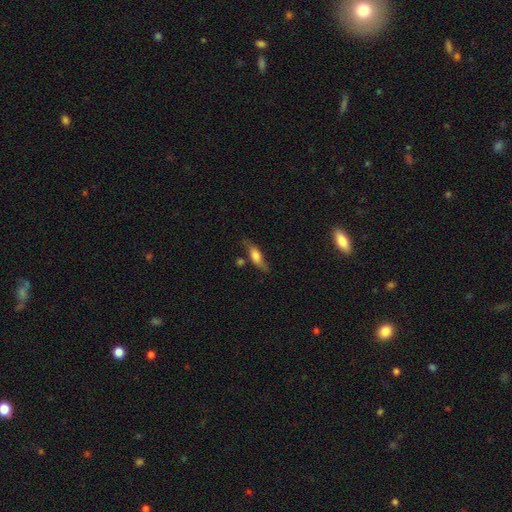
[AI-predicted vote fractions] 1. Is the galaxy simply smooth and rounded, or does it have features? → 56% smooth, 36% featured or disk, 8% star or artifact.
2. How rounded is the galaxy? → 50% in between, 46% cigar-shaped, 4% round.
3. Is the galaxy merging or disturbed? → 62% none, 23% minor disturbance, 8% major disturbance, 7% merger.